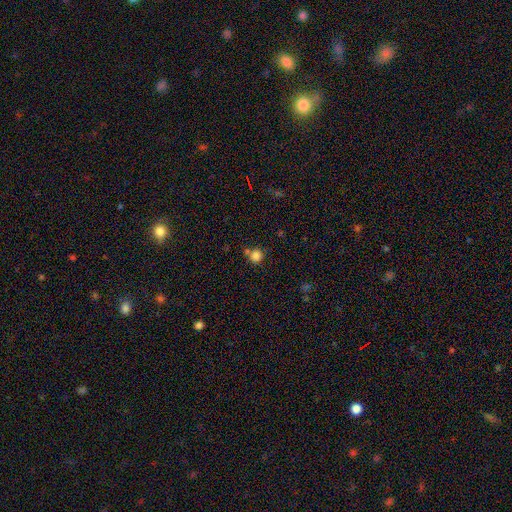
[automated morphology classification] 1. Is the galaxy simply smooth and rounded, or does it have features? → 83% smooth, 12% star or artifact, 5% featured or disk.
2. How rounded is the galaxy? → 90% round, 9% in between, 1% cigar-shaped.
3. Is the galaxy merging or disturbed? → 66% none, 18% merger, 12% minor disturbance, 4% major disturbance.